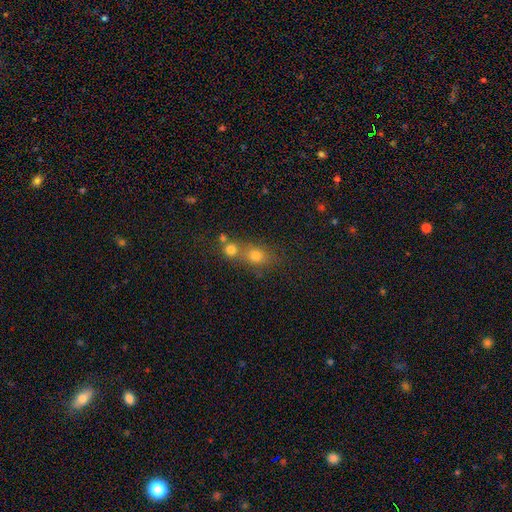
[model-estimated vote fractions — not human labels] Overall: smooth (72%). How rounded: round (66%; in between 31%). Merging: merger (46%; none 41%).